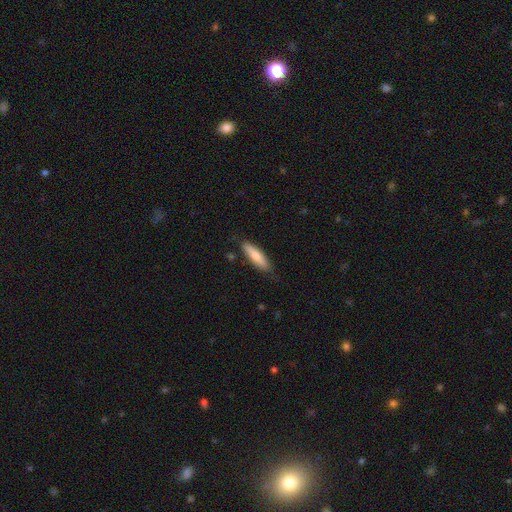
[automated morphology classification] A smooth galaxy with no disk features (73%) that is cigar-shaped (65%). Merging: none (80%).